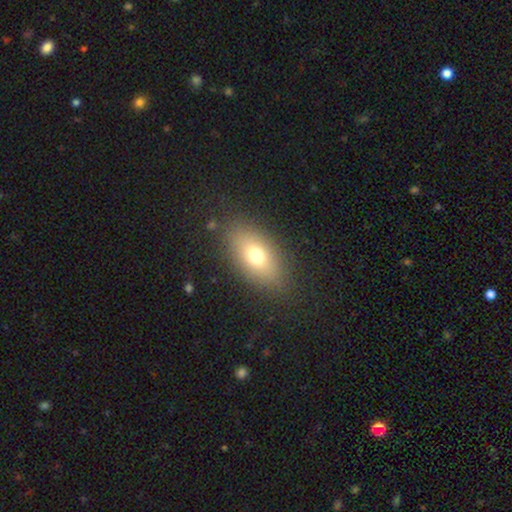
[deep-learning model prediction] A smooth galaxy with no disk features (71%) that is in between round and cigar-shaped (84%). Merging: none (84%).